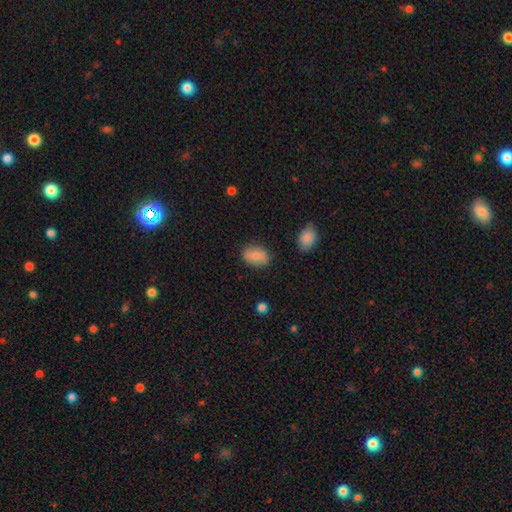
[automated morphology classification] Overall: smooth (82%). How rounded: in between (78%). Merging: none (80%).